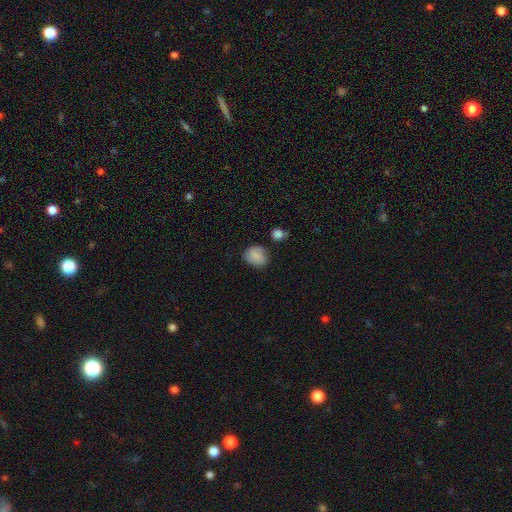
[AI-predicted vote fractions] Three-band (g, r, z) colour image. It shows a smooth galaxy with no disk features (84%) that is round (60%). Merging: none (68%).